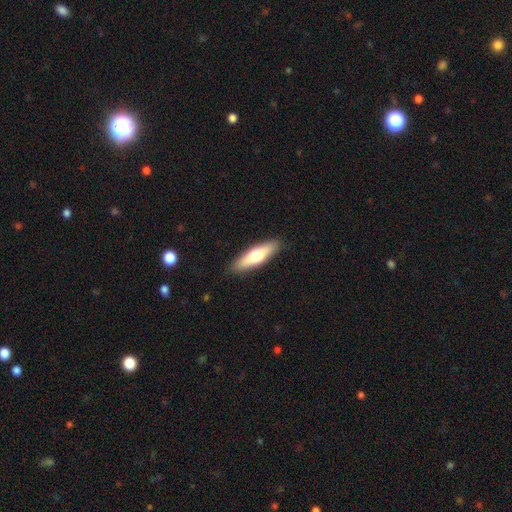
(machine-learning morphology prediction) Overall: smooth (62%; featured or disk 32%). How rounded: cigar-shaped (61%; in between 37%). Merging: none (89%).